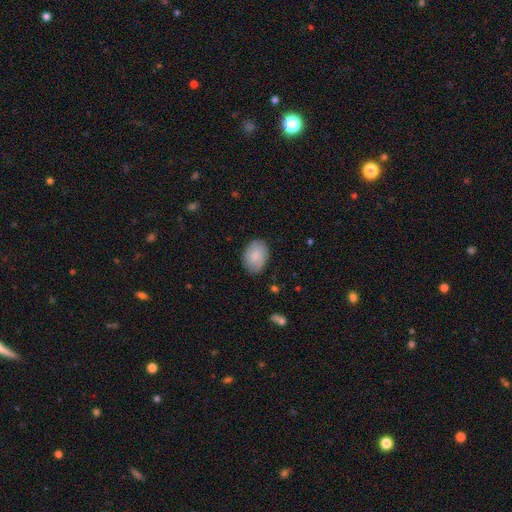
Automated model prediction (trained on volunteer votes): This appears to be a smooth galaxy with no disk features (65%) that is in between round and cigar-shaped (79%). Merging: none (81%).